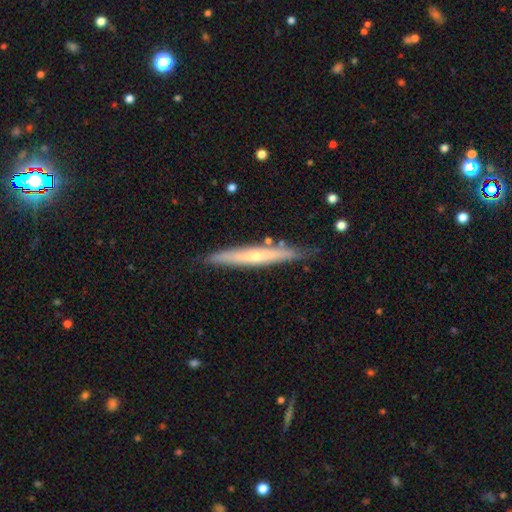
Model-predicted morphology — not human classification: This appears to be a featured or disk galaxy (59%) viewed edge-on (92%) with a rounded central bulge (62%). Merging: none (83%).